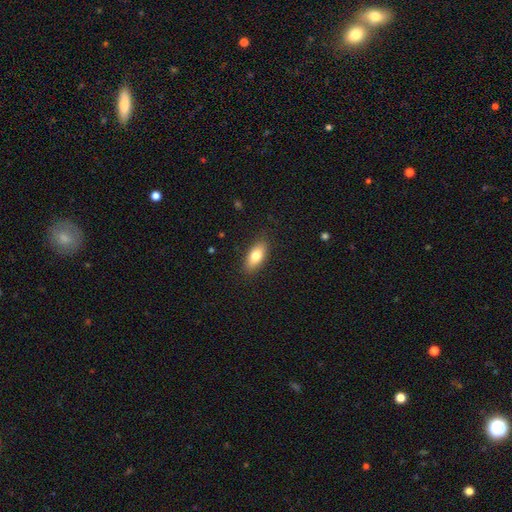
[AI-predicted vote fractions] smooth 78%, featured or disk 15%, star or artifact 7%. Down the decision tree: how rounded — in between (81%); merging — none (87%).